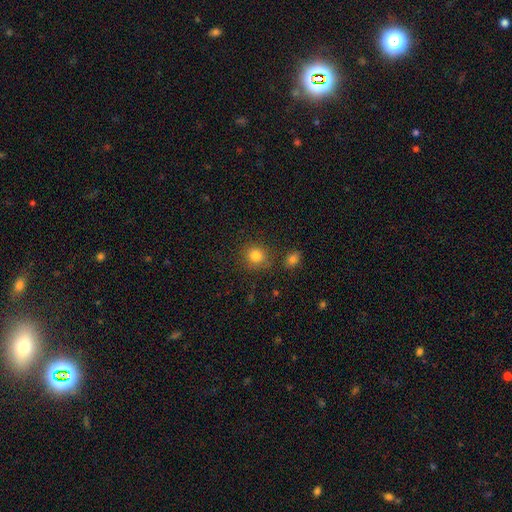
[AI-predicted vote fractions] This appears to be a smooth galaxy with no disk features (83%) that is round (84%). Merging: none (80%).